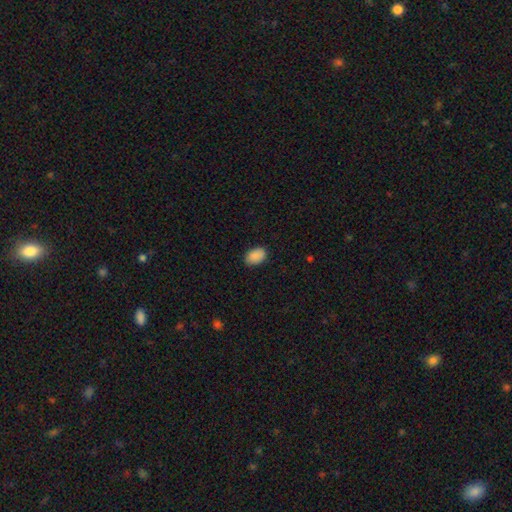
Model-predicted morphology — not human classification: smooth_or_featured: smooth (p=0.90) [alt: star or artifact p=0.07]
how_rounded: in between (p=0.88) [alt: round p=0.11]
merging: none (p=0.86) [alt: minor disturbance p=0.10]